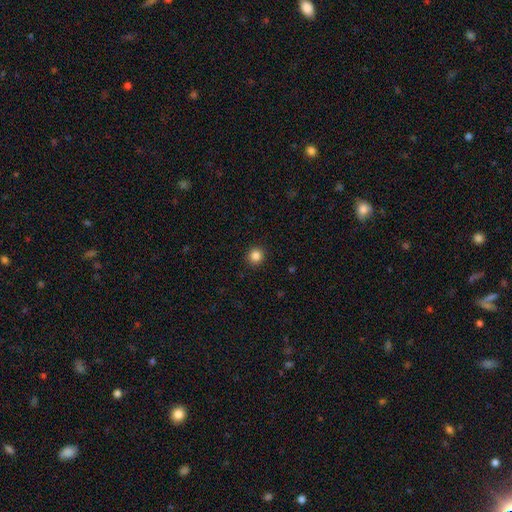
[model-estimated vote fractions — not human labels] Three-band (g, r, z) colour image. It shows a smooth galaxy with no disk features (85%) that is round (92%). Merging: none (92%).